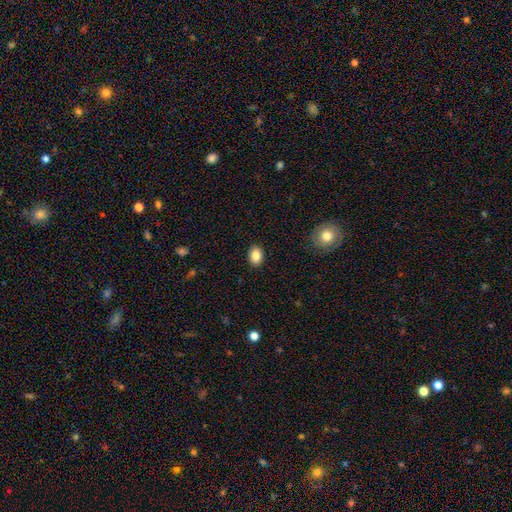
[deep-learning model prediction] The model was most divided on "how rounded": in between: 74%, round: 25%, cigar-shaped: 1%. More confident: merging — none (90%); smooth or featured — smooth (85%).